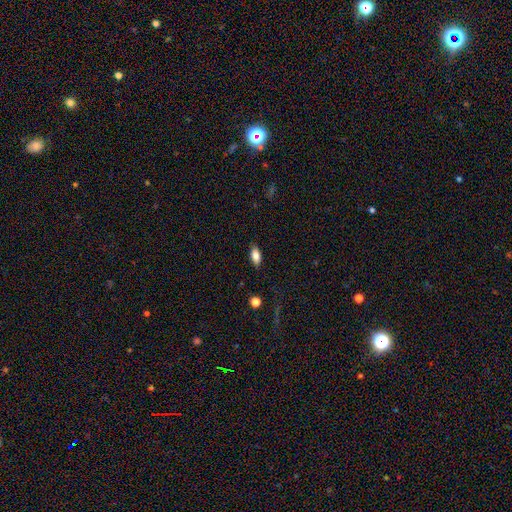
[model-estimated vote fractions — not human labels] Smooth or featured?
  - smooth: 82% *
  - featured or disk: 10%
  - star or artifact: 8%
How rounded?
  - in between: 88% *
  - cigar-shaped: 8%
  - round: 4%
Merging?
  - none: 86% *
  - minor disturbance: 10%
  - major disturbance: 2%
  - merger: 1%